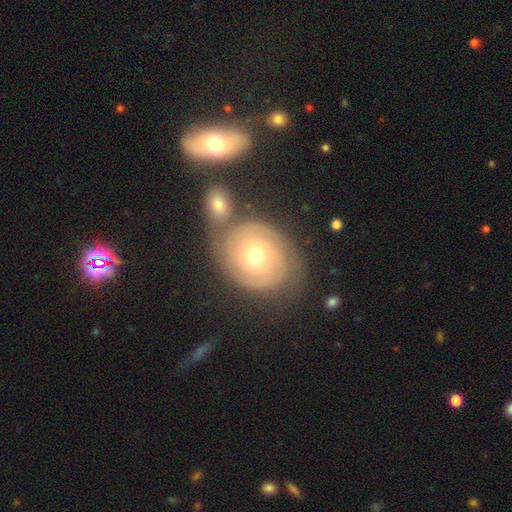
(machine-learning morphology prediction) A featured or disk galaxy (75%) with no bar (80%), 2 (74%) tight (70%) spiral arms (91%) and a moderate central bulge (60%). Merging: none (62%).